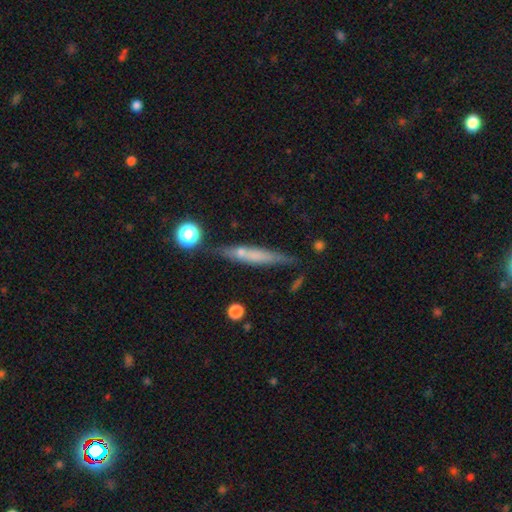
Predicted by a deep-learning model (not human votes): Smooth or featured: smooth — 54% (featured or disk — 37%)
How rounded: cigar-shaped — 89% (in between — 8%)
Merging: none — 70% (minor disturbance — 17%)